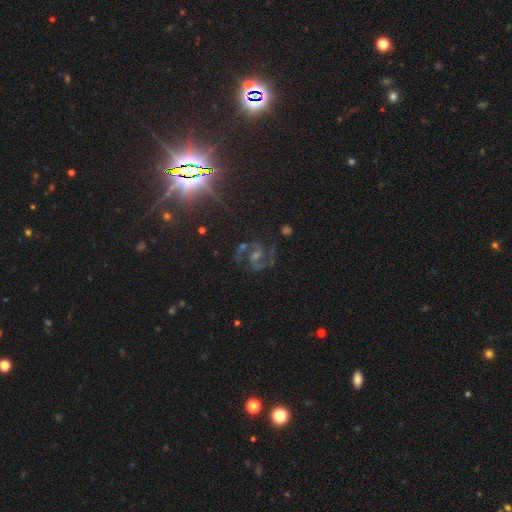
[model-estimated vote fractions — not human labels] Smooth or featured? featured or disk (74%)
Edge-on disk? no (97%)
Bar? weak (43%)
Spiral arms? yes (97%)
Spiral winding? medium (60%)
Spiral arm count? 2 (86%)
Bulge size? small (50%)
Merging? none (72%)